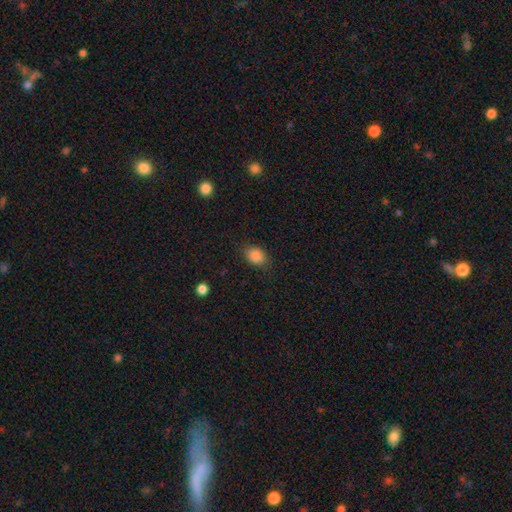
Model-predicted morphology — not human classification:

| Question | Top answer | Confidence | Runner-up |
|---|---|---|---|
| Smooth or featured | smooth | 87% | star or artifact (9%) |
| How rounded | in between | 60% | round (38%) |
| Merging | none | 81% | minor disturbance (14%) |